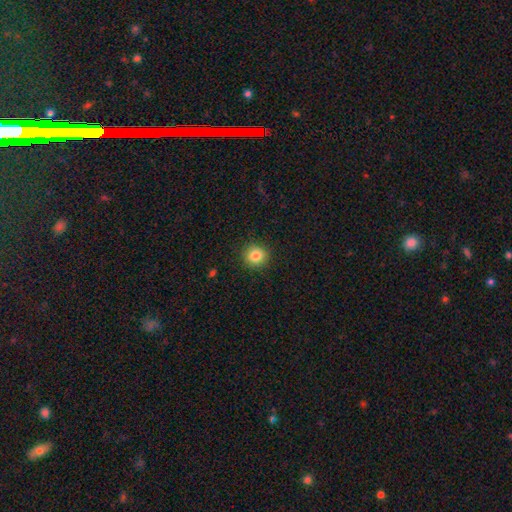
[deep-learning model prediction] Smooth or featured? smooth (83%)
How rounded? round (90%)
Merging? none (91%)